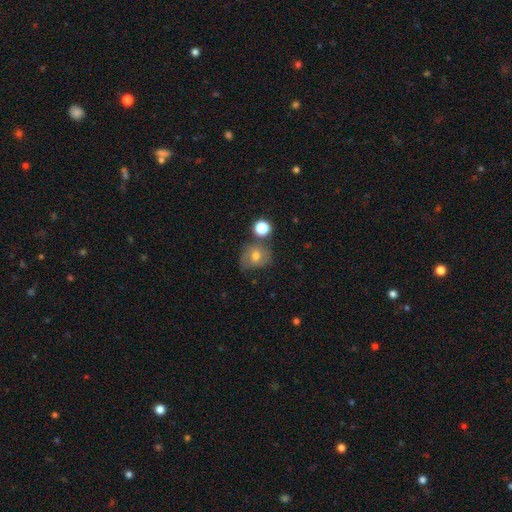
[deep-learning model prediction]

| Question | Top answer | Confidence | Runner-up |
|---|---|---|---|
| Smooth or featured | smooth | 65% | featured or disk (23%) |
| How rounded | round | 68% | in between (31%) |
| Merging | none | 60% | minor disturbance (20%) |